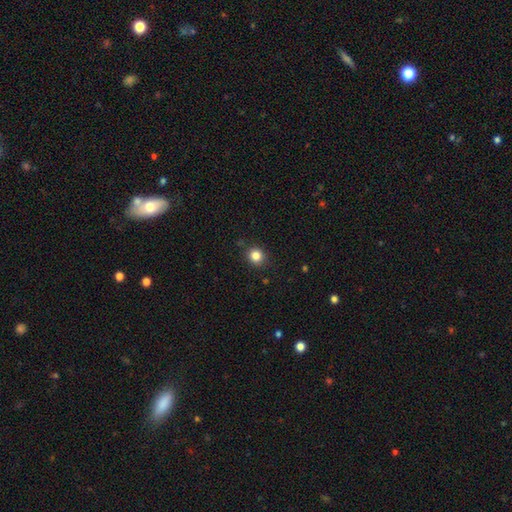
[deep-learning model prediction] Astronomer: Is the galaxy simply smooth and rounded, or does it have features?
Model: smooth — 83%.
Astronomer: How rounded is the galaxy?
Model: round — 87%.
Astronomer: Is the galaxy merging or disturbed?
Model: none — 88%.